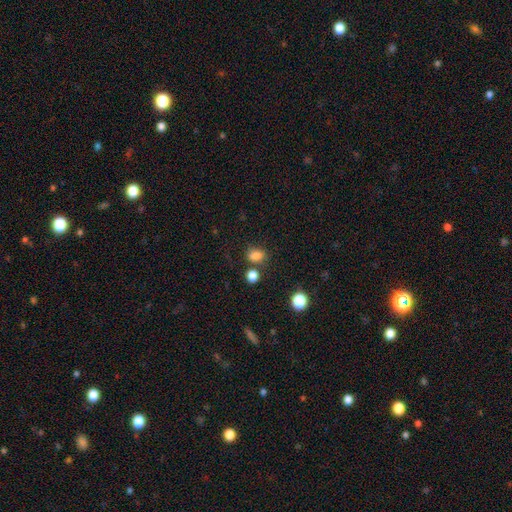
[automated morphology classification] Smooth or featured?
  - smooth: 81% *
  - star or artifact: 13%
  - featured or disk: 6%
How rounded?
  - in between: 61% *
  - round: 37%
  - cigar-shaped: 1%
Merging?
  - none: 68% *
  - minor disturbance: 14%
  - merger: 13%
  - major disturbance: 5%